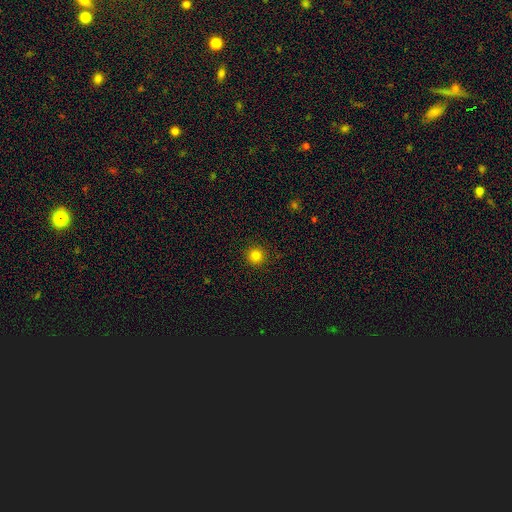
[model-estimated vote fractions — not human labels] A smooth galaxy with no disk features (83%) that is round (95%).

Vote fractions:
- Smooth or featured? smooth: 83% / star or artifact: 13% / featured or disk: 5%
- How rounded? round: 95% / in between: 4% / cigar-shaped: 1%
- Merging? none: 93% / minor disturbance: 5% / major disturbance: 2% / merger: 1%